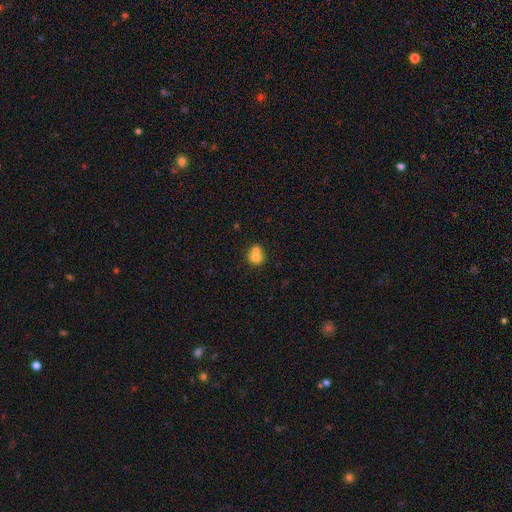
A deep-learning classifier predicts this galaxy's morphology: Smooth or featured?
  - smooth: 72% *
  - featured or disk: 17%
  - star or artifact: 11%
How rounded?
  - round: 72% *
  - in between: 27%
  - cigar-shaped: 1%
Merging?
  - merger: 61% *
  - none: 29%
  - minor disturbance: 7%
  - major disturbance: 4%